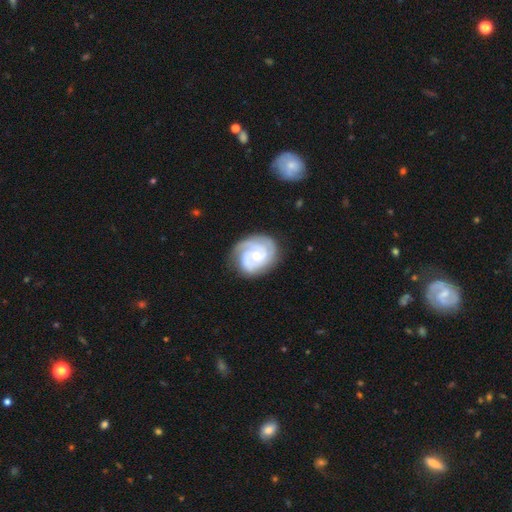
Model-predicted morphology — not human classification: A featured or disk galaxy (86%) with no bar (69%), 3 (39%) tight (67%) spiral arms (97%) and a small central bulge (53%). Merging: none (74%).